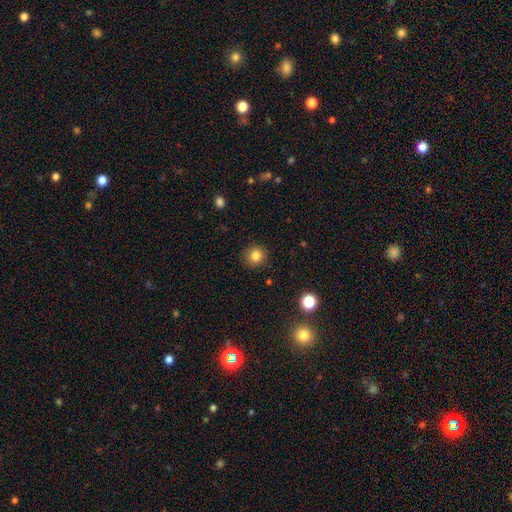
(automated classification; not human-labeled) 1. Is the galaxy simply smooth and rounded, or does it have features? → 83% smooth, 12% star or artifact, 6% featured or disk.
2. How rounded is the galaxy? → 91% round, 8% in between, 1% cigar-shaped.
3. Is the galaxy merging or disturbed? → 90% none, 7% minor disturbance, 2% major disturbance, 1% merger.